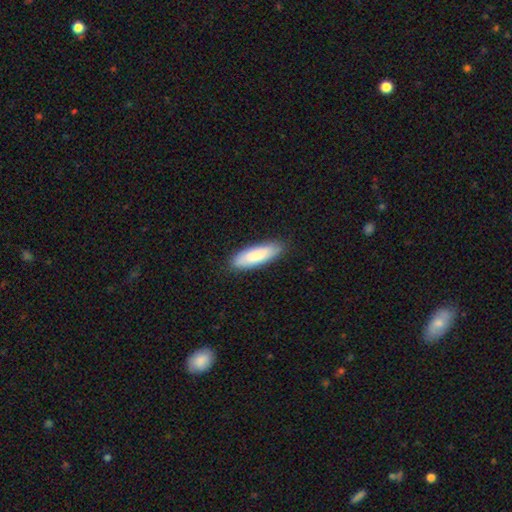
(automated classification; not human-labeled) Smooth or featured? Predicted: smooth (p=0.85). How rounded? Predicted: in between (p=0.52). Merging? Predicted: none (p=0.87).